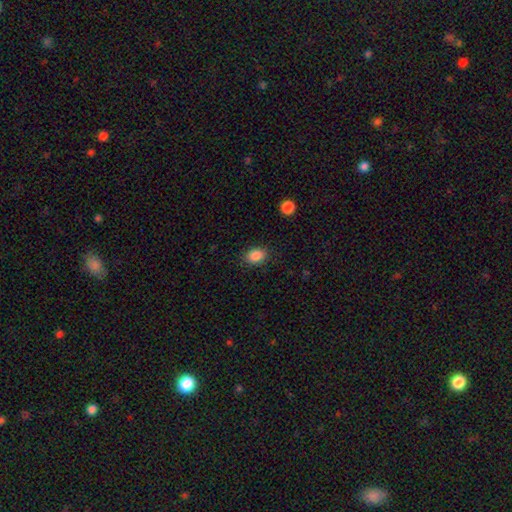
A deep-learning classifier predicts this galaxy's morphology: This is clearly a smooth galaxy (87%). How rounded: likely in between (66%). Merging: clearly none (86%).